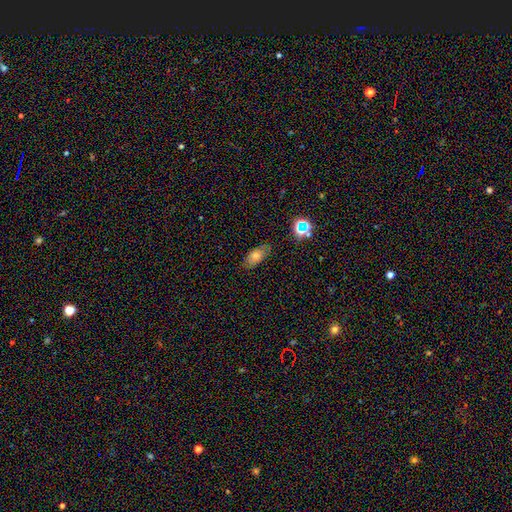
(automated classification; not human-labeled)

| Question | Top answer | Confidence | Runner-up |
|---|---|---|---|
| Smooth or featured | smooth | 63% | featured or disk (20%) |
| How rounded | in between | 86% | round (8%) |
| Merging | none | 81% | minor disturbance (14%) |